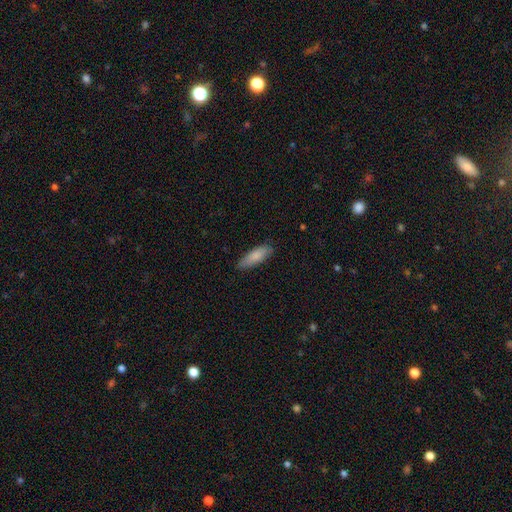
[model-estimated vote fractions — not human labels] Smooth or featured? Predicted: smooth (p=0.84). How rounded? Predicted: in between (p=0.57). Merging? Predicted: none (p=0.82).